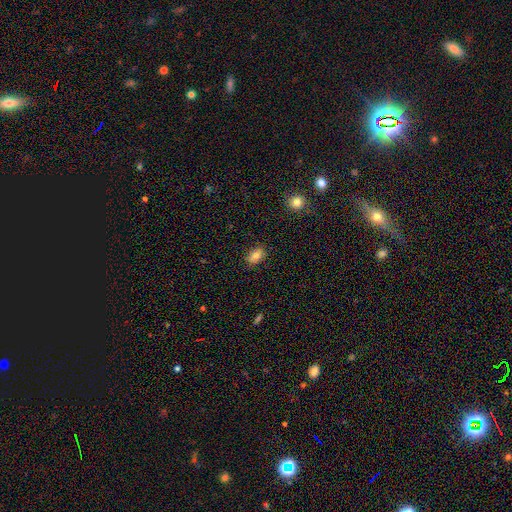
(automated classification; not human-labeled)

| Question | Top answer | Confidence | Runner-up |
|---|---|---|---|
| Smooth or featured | smooth | 79% | featured or disk (12%) |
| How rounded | in between | 86% | round (11%) |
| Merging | none | 84% | minor disturbance (12%) |